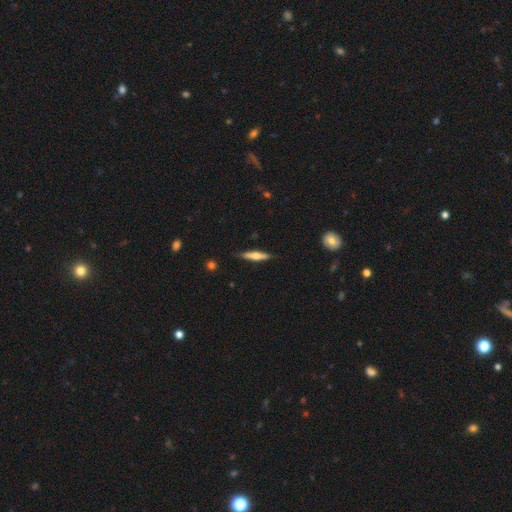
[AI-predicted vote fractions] A featured or disk galaxy (48%). Merging: none (86%).